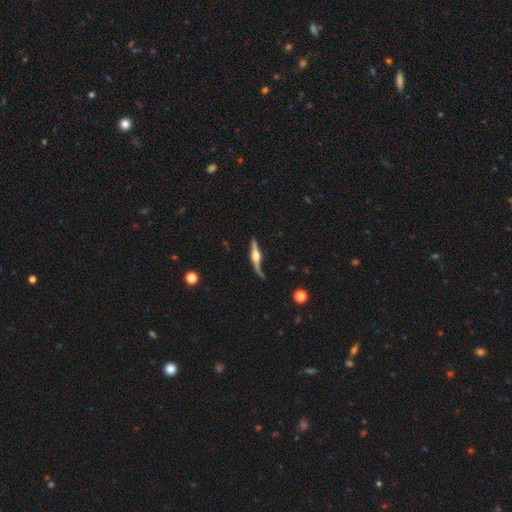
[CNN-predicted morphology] featured or disk 81%, smooth 14%, star or artifact 5%. Down the decision tree: edge-on disk — yes (94%); edge-on bulge — rounded (92%); merging — none (67%).